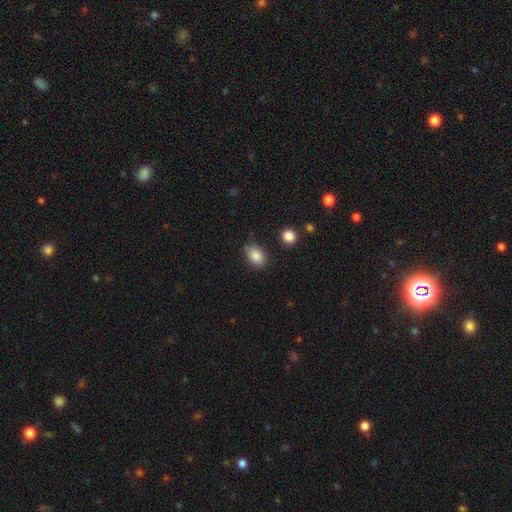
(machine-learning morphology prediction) This is clearly a smooth galaxy (87%). How rounded: clearly in between (85%). Merging: likely none (72%).